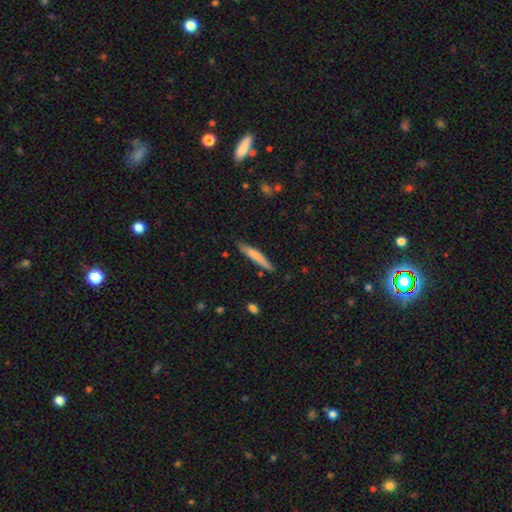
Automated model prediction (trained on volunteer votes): This appears to be a smooth galaxy with no disk features (72%) that is cigar-shaped (93%). Merging: none (81%).